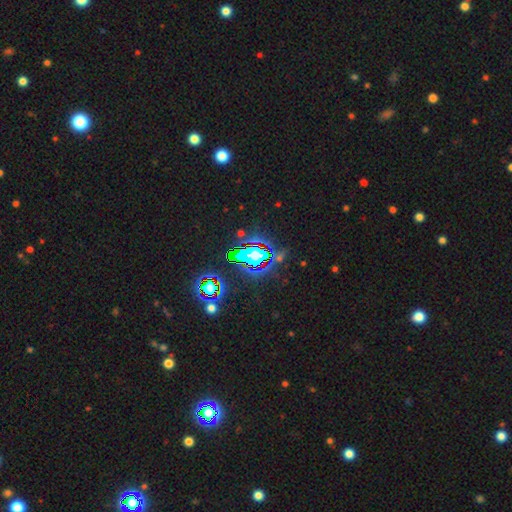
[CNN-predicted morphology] This is likely a star or artifact rather than a galaxy (67%).